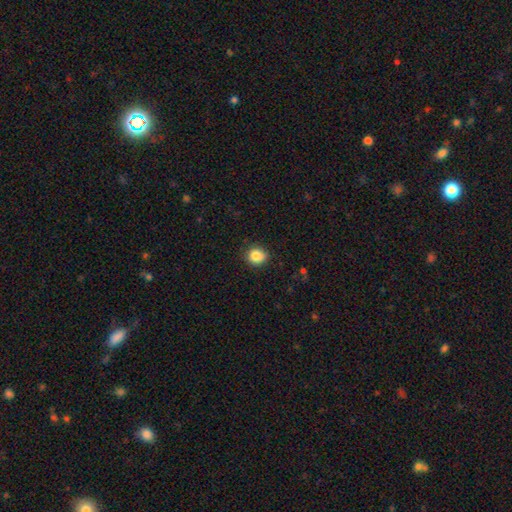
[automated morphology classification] Smooth or featured: smooth — 86% (star or artifact — 10%)
How rounded: round — 78% (in between — 21%)
Merging: none — 85% (minor disturbance — 11%)